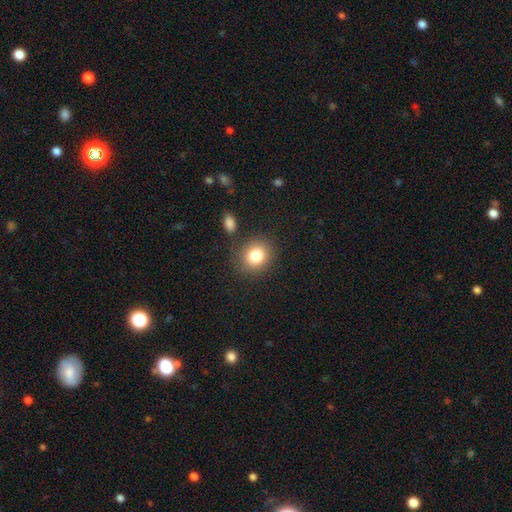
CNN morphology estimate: Smooth or featured? Predicted: smooth (p=0.81). How rounded? Predicted: round (p=0.79). Merging? Predicted: none (p=0.83).